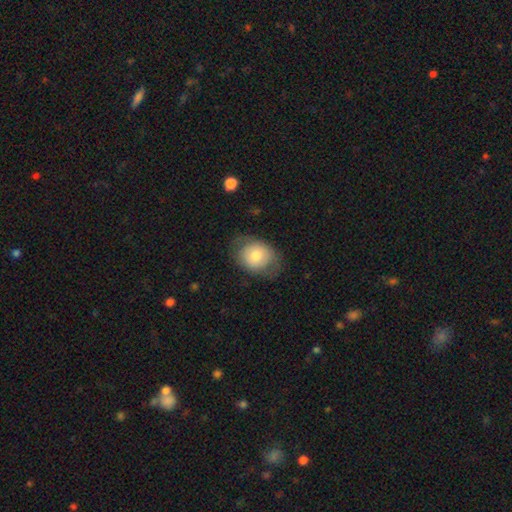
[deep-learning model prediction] smooth 68%, featured or disk 25%, star or artifact 7%. Down the decision tree: how rounded — in between (55%); merging — none (66%).